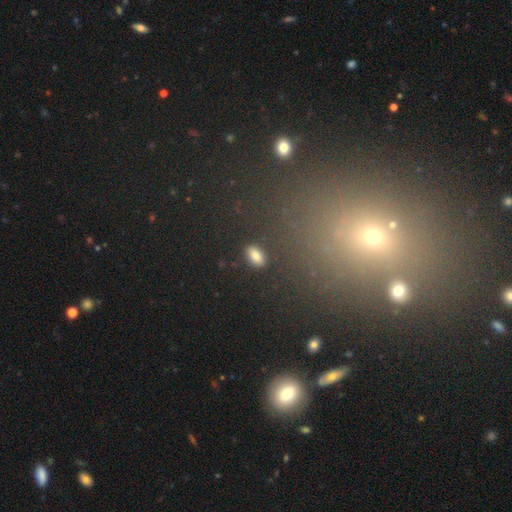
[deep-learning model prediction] Smooth or featured? Predicted: smooth (p=0.81). How rounded? Predicted: in between (p=0.90). Merging? Predicted: none (p=0.88).